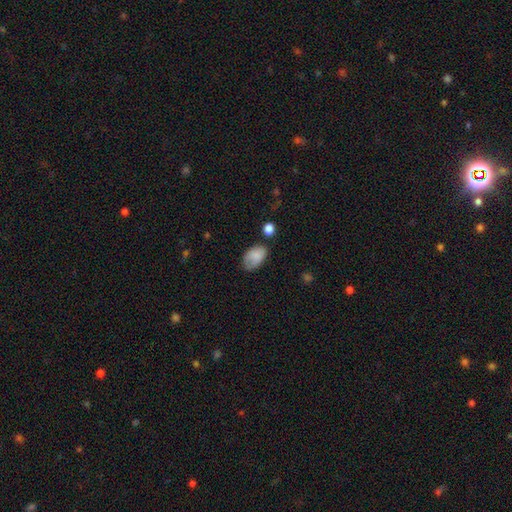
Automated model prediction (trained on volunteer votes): Overall: smooth (82%). How rounded: in between (90%). Merging: none (54%; minor disturbance 32%).